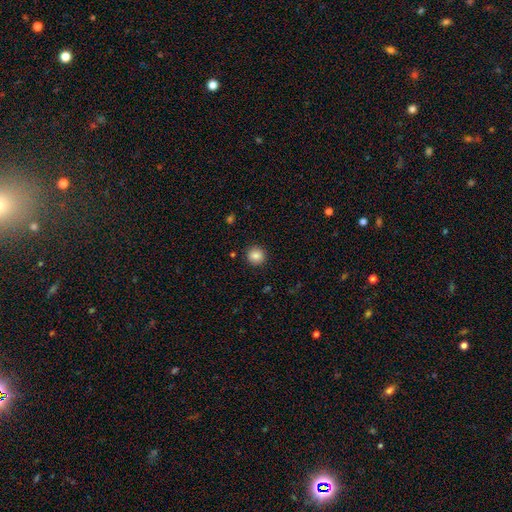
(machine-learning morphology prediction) Smooth or featured? smooth (86%)
How rounded? round (92%)
Merging? none (91%)